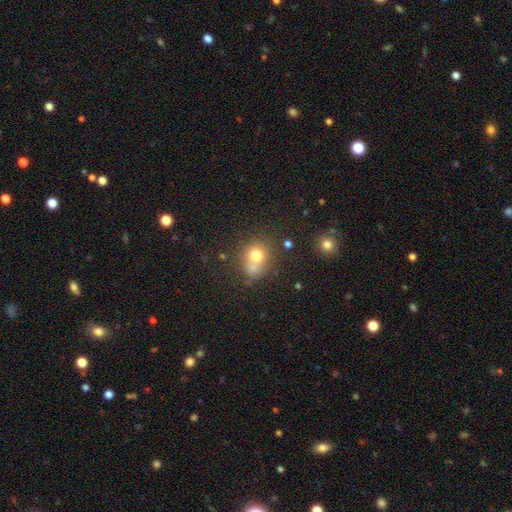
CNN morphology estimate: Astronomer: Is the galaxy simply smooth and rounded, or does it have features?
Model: smooth — 72%.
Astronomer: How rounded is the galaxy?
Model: round — 72%.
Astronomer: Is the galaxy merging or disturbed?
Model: none — 47% (runner-up: merger, 33%).